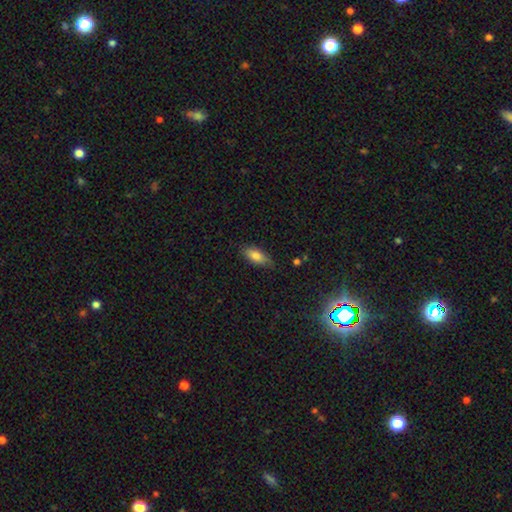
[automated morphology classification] smooth 81%, featured or disk 12%, star or artifact 7%. Down the decision tree: how rounded — in between (81%); merging — none (76%).